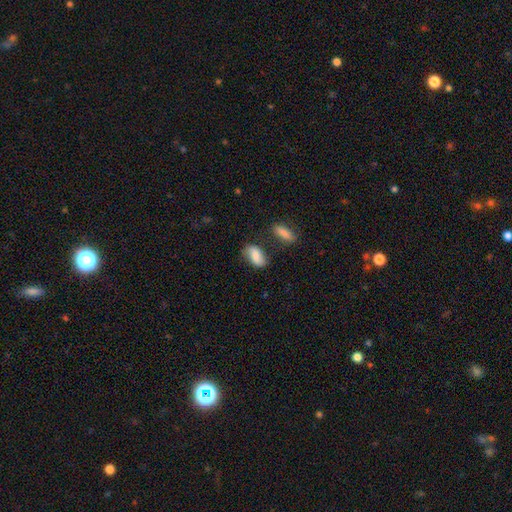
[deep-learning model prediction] Q: Smooth or featured?
A: smooth (77%); runner-up: featured or disk (15%)
Q: How rounded?
A: in between (89%); runner-up: cigar-shaped (6%)
Q: Merging?
A: none (62%); runner-up: minor disturbance (22%)